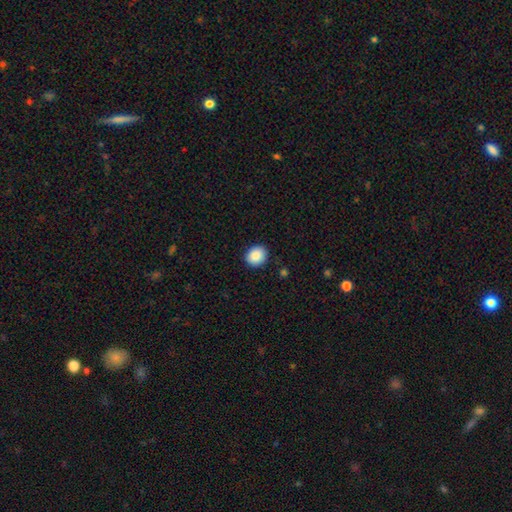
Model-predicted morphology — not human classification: Smooth or featured? Predicted: smooth (p=0.88). How rounded? Predicted: round (p=0.70). Merging? Predicted: none (p=0.89).